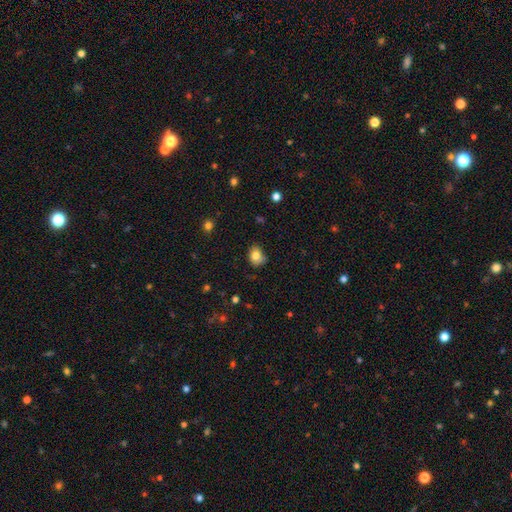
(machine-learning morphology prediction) Q: Smooth or featured?
A: smooth (80%); runner-up: star or artifact (11%)
Q: How rounded?
A: round (54%); runner-up: in between (45%)
Q: Merging?
A: none (62%); runner-up: minor disturbance (29%)